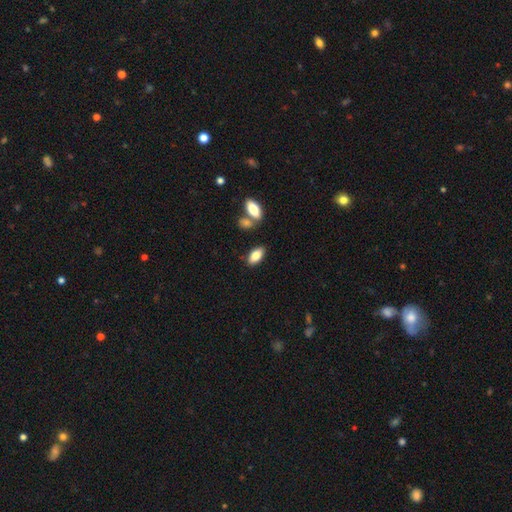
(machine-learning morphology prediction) The model was most divided on "merging": none: 78%, minor disturbance: 11%, merger: 8%, major disturbance: 3%. More confident: how rounded — in between (90%); smooth or featured — smooth (82%).